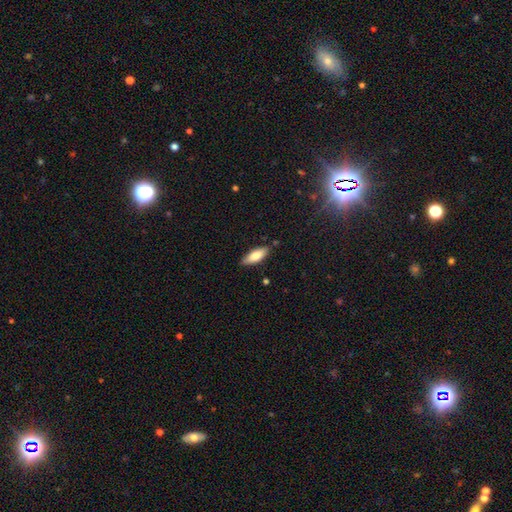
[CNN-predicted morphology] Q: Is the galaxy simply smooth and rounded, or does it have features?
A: smooth — 78%.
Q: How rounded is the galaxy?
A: in between — 68%.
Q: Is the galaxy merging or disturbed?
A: none — 83%.